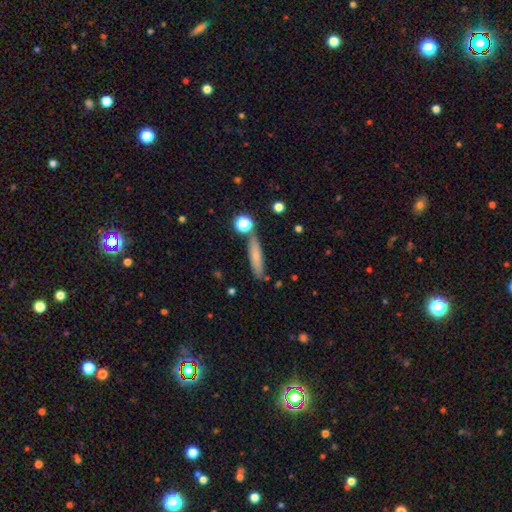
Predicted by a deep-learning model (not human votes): Overall: smooth (70%). How rounded: cigar-shaped (81%). Merging: none (74%).